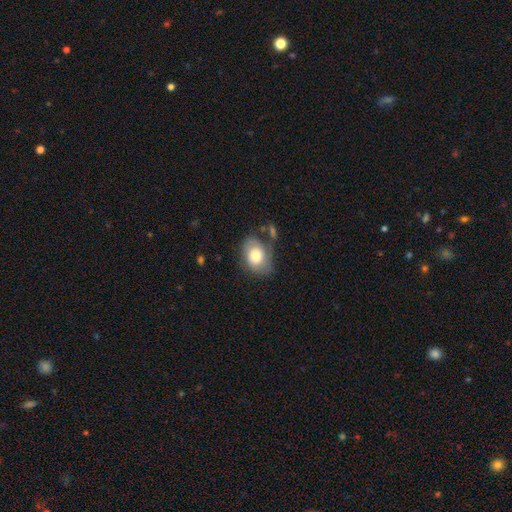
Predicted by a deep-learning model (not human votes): Q: Smooth or featured?
A: smooth (69%); runner-up: featured or disk (23%)
Q: How rounded?
A: in between (71%); runner-up: round (28%)
Q: Merging?
A: none (56%); runner-up: minor disturbance (26%)